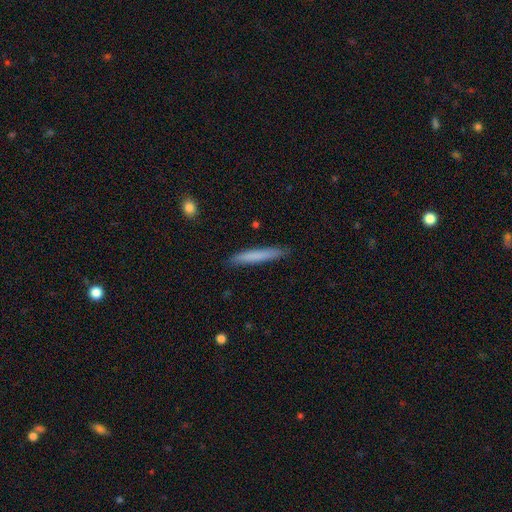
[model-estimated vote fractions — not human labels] Q: Smooth or featured?
A: smooth (75%); runner-up: featured or disk (19%)
Q: How rounded?
A: cigar-shaped (95%); runner-up: in between (4%)
Q: Merging?
A: none (89%); runner-up: minor disturbance (9%)